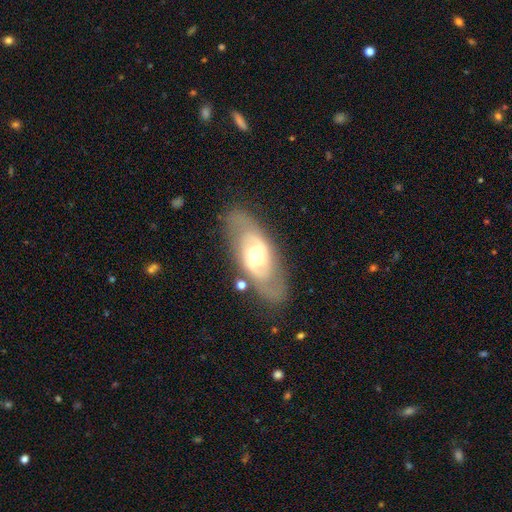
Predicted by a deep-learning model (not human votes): featured or disk 72%, smooth 22%, star or artifact 6%. Down the decision tree: edge-on disk — no (89%); bar — no (47%); spiral arms — yes (70%); bulge size — moderate (65%); merging — none (79%).